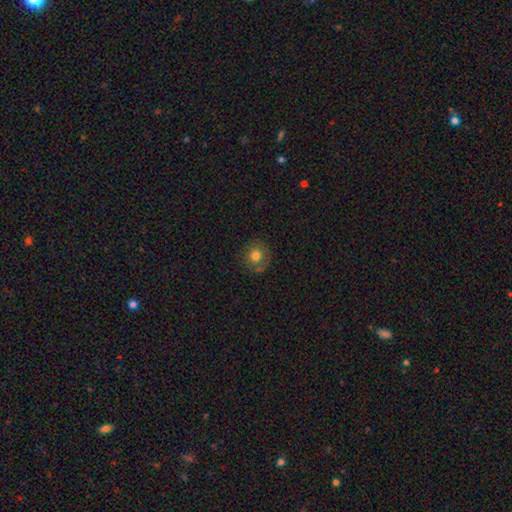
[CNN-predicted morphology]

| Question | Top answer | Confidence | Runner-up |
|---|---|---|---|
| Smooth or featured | smooth | 74% | featured or disk (14%) |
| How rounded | round | 91% | in between (8%) |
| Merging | none | 80% | minor disturbance (13%) |